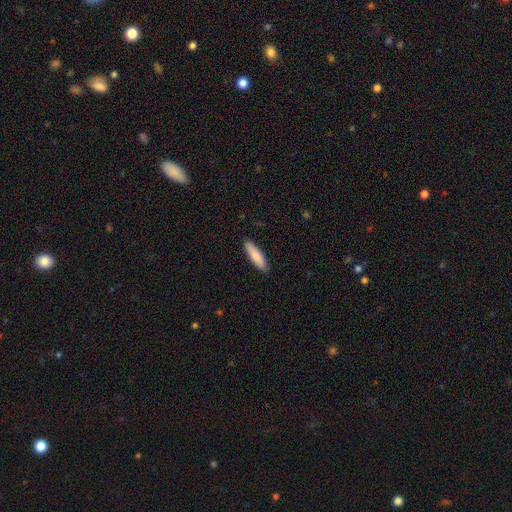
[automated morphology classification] Overall: smooth (85%). How rounded: cigar-shaped (66%; in between 32%). Merging: none (89%).